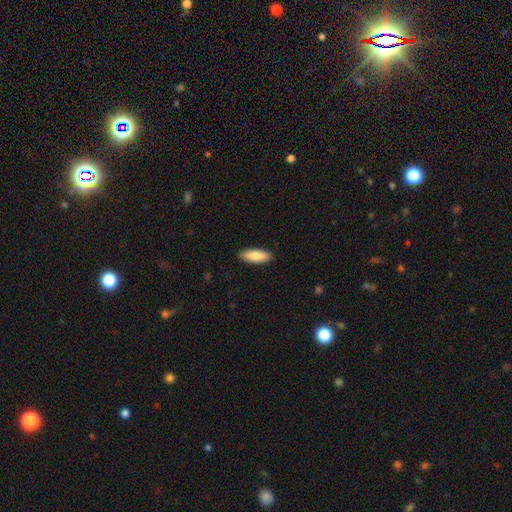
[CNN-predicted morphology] type=smooth (86%); roundness=in between (69%); merging=none (90%).